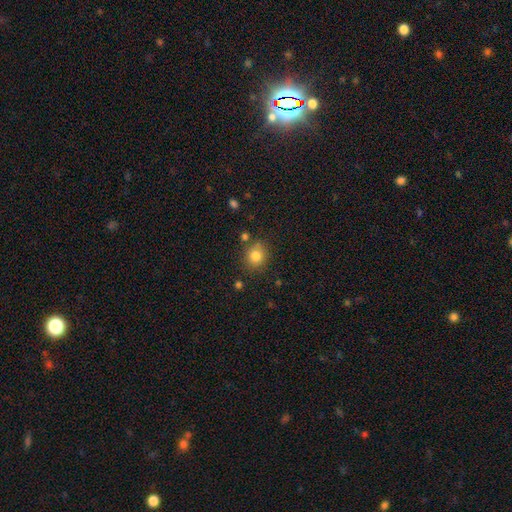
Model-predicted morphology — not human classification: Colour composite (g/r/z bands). It shows a smooth galaxy with no disk features (82%) that is round (81%). Merging: none (79%).